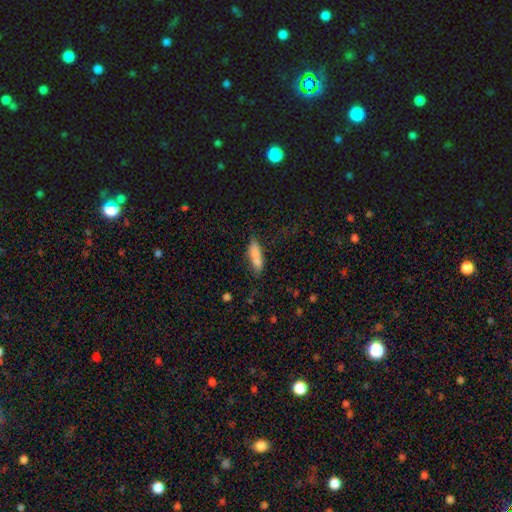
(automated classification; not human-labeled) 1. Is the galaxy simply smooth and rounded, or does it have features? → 79% smooth, 14% featured or disk, 8% star or artifact.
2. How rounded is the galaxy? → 54% cigar-shaped, 43% in between, 2% round.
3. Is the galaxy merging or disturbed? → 59% none, 23% minor disturbance, 11% merger, 8% major disturbance.